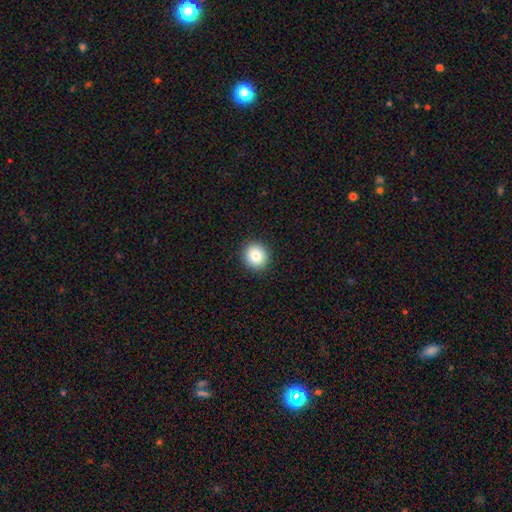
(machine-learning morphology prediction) The model was most divided on "smooth or featured": smooth: 84%, star or artifact: 10%, featured or disk: 7%. More confident: merging — none (92%); how rounded — round (89%).